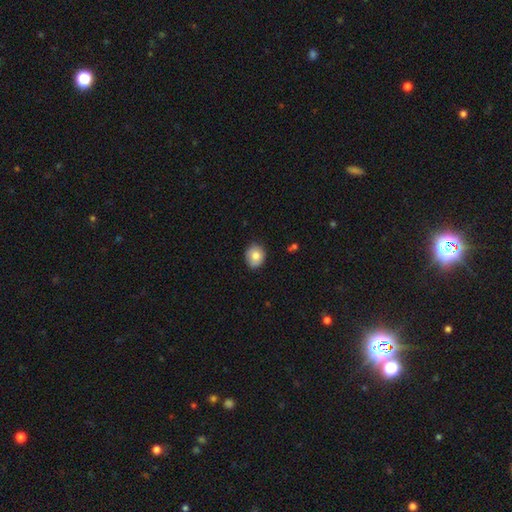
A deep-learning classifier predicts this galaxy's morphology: Overall: smooth (80%). How rounded: round (68%; in between 31%). Merging: none (84%).